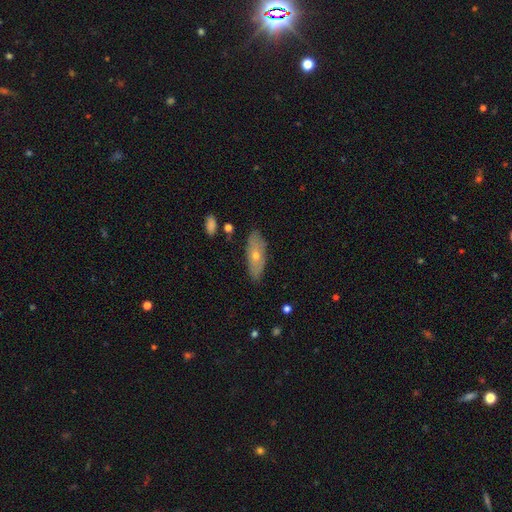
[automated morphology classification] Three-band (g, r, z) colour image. It shows a smooth galaxy with no disk features (48%). Merging: none (83%).